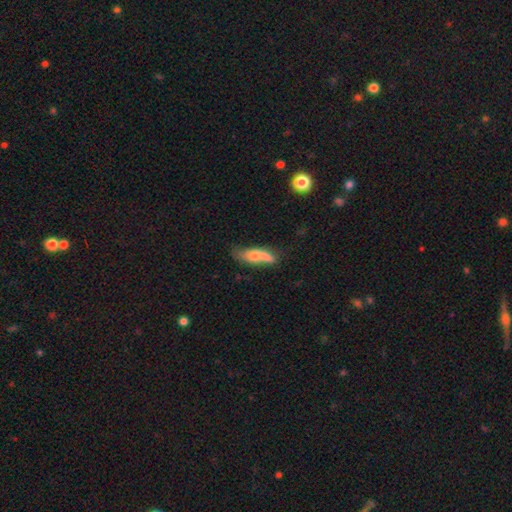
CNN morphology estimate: Smooth or featured? smooth (60%)
How rounded? in between (59%)
Merging? merger (36%)